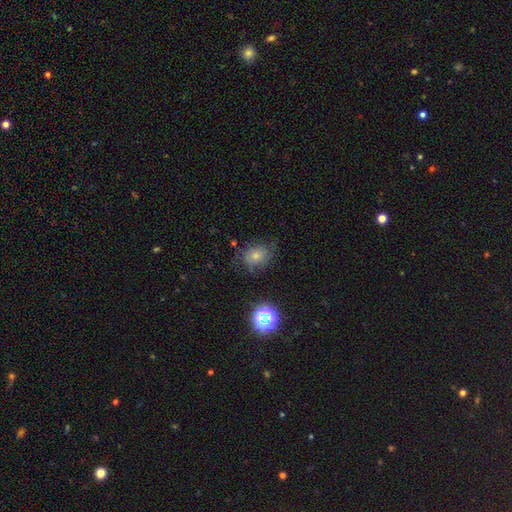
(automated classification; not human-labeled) Q: Smooth or featured?
A: smooth (63%); runner-up: featured or disk (22%)
Q: How rounded?
A: in between (51%); runner-up: round (48%)
Q: Merging?
A: none (58%); runner-up: minor disturbance (27%)